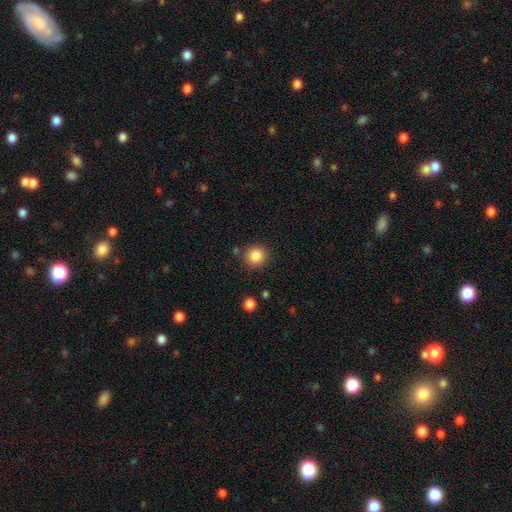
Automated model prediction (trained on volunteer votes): smooth-or-featured: smooth: 86% | star or artifact: 10% | featured or disk: 5%
  how-rounded: round: 90% | in between: 9% | cigar-shaped: 1%
  merging: none: 83% | minor disturbance: 10% | merger: 4% | major disturbance: 3%